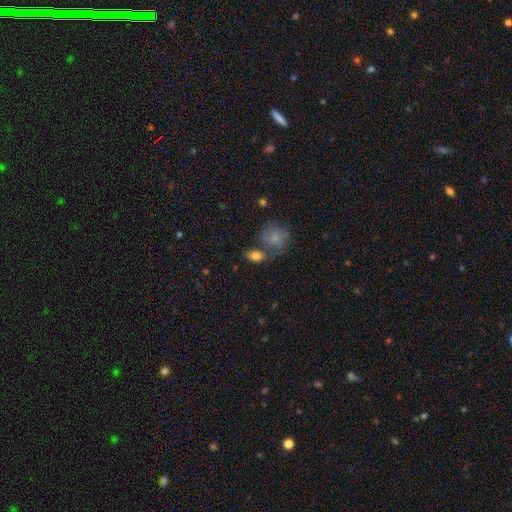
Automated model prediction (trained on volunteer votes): Morphology: type=smooth (81%); roundness=in between (81%); merging=none (56%).